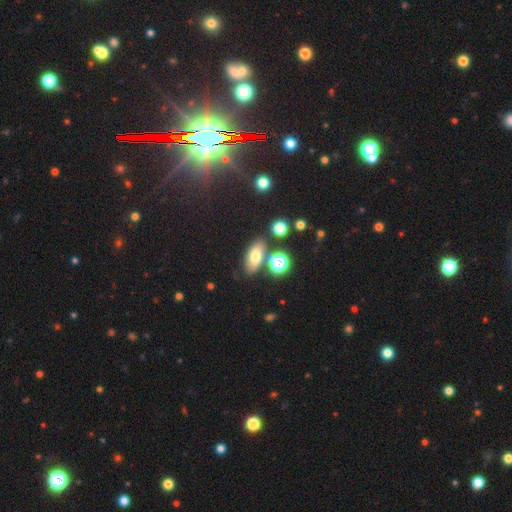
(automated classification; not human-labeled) Q: Smooth or featured?
A: smooth (67%); runner-up: featured or disk (17%)
Q: How rounded?
A: in between (78%); runner-up: cigar-shaped (12%)
Q: Merging?
A: none (74%); runner-up: minor disturbance (13%)